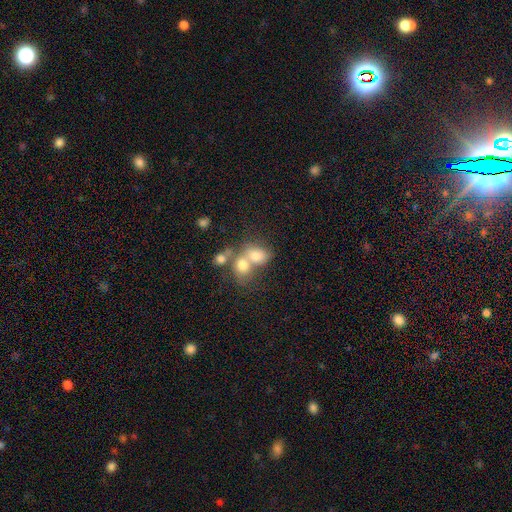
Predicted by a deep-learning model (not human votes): Morphology: type=smooth (72%); roundness=in between (59%); merging=merger (59%).